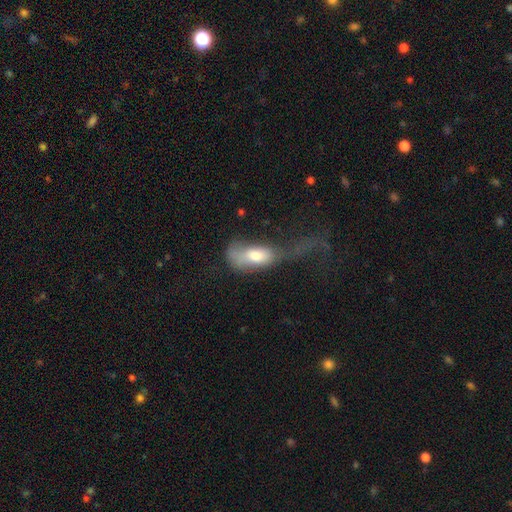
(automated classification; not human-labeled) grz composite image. It shows a smooth galaxy with no disk features (66%) that is in between round and cigar-shaped (83%). Merging: major disturbance (62%).